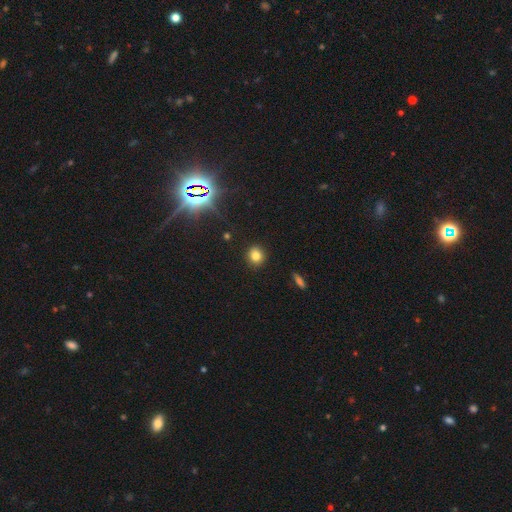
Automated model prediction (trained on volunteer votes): Morphology: type=smooth (78%); roundness=round (83%); merging=none (90%).